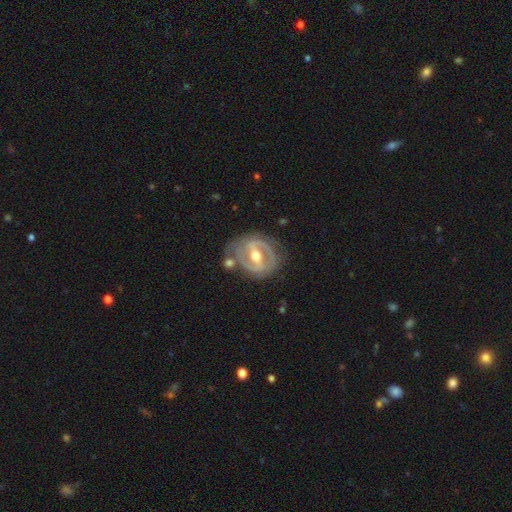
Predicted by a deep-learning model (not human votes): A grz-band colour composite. It shows a featured or disk galaxy (86%) with a strong bar (55%), 2 (83%) tight (51%) spiral arms (87%) and a moderate central bulge (71%). Merging: none (71%).